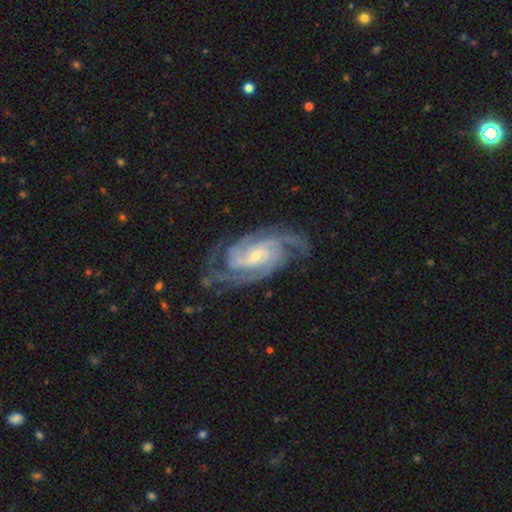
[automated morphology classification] Smooth or featured?
  - featured or disk: 92% *
  - star or artifact: 4%
  - smooth: 3%
Edge-on disk?
  - no: 97% *
  - yes: 3%
Bar?
  - weak: 42% *
  - no: 41%
  - strong: 17%
Spiral arms?
  - yes: 98% *
  - no: 2%
Spiral winding?
  - tight: 58% *
  - medium: 36%
  - loose: 6%
Spiral arm count?
  - 3: 30% *
  - 2: 24%
  - 4: 21%
  - can't tell: 13%
  - more than 4: 6%
  - 1: 6%
Bulge size?
  - small: 72% *
  - moderate: 24%
  - none: 2%
  - large: 1%
  - dominant: 1%
Merging?
  - none: 74% *
  - minor disturbance: 17%
  - major disturbance: 8%
  - merger: 1%